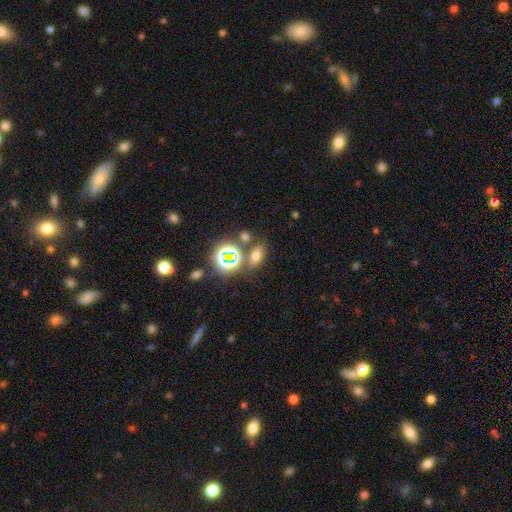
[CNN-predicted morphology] Smooth or featured? Predicted: smooth (p=0.62). How rounded? Predicted: in between (p=0.76). Merging? Predicted: none (p=0.67).